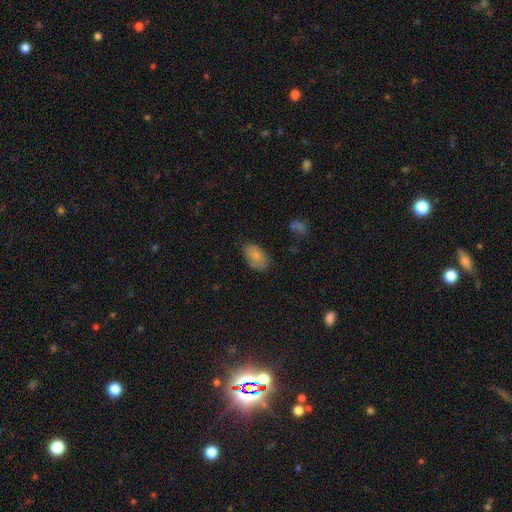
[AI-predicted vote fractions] Smooth or featured? smooth (83%)
How rounded? in between (92%)
Merging? none (76%)